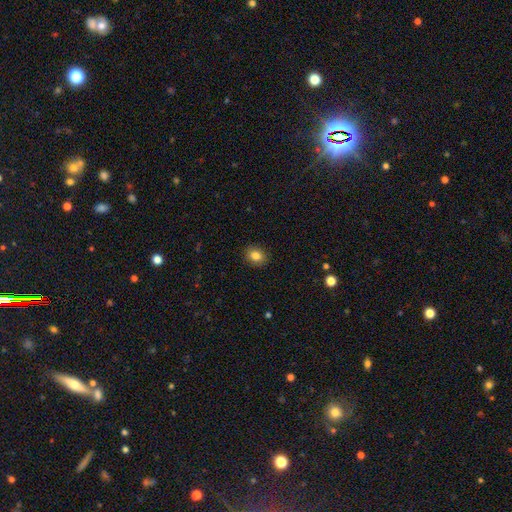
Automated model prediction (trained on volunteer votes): This appears to be a smooth galaxy with no disk features (84%) that is round (52%). Merging: none (90%).